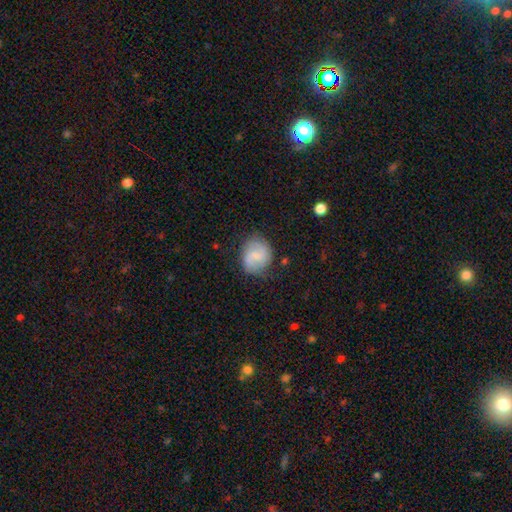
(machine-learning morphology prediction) This is possibly a featured or disk galaxy (51%). It is clearly not viewed edge-on (98%). Merging: likely none (74%).